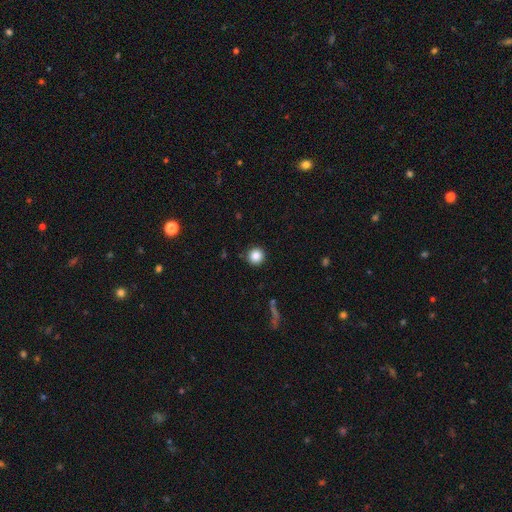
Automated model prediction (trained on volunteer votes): Smooth or featured? smooth (85%)
How rounded? round (95%)
Merging? none (91%)